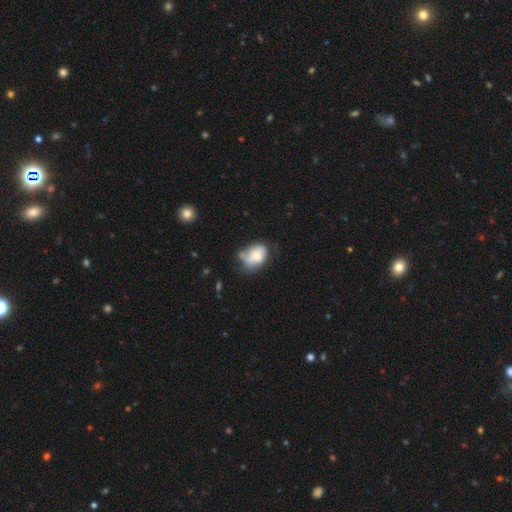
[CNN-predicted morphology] Smooth or featured? Predicted: smooth (p=0.71). How rounded? Predicted: in between (p=0.76). Merging? Predicted: minor disturbance (p=0.34).